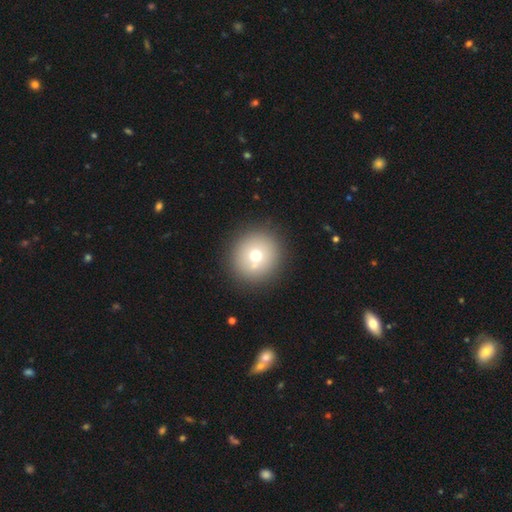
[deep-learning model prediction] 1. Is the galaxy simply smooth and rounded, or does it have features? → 68% smooth, 18% featured or disk, 14% star or artifact.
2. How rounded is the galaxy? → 94% round, 6% in between, 1% cigar-shaped.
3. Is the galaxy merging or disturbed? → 85% none, 7% minor disturbance, 5% merger, 3% major disturbance.